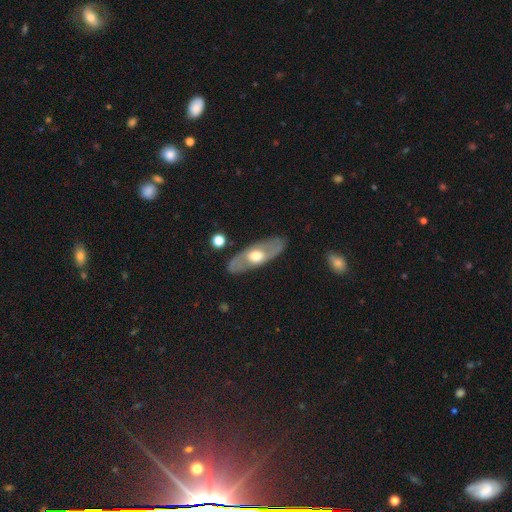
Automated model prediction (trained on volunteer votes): A featured or disk galaxy (59%). Merging: none (84%).